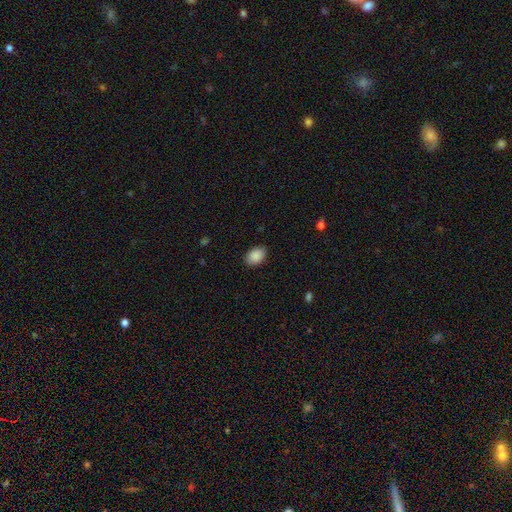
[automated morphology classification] This appears to be a smooth galaxy with no disk features (90%) that is in between round and cigar-shaped (81%). Merging: none (86%).